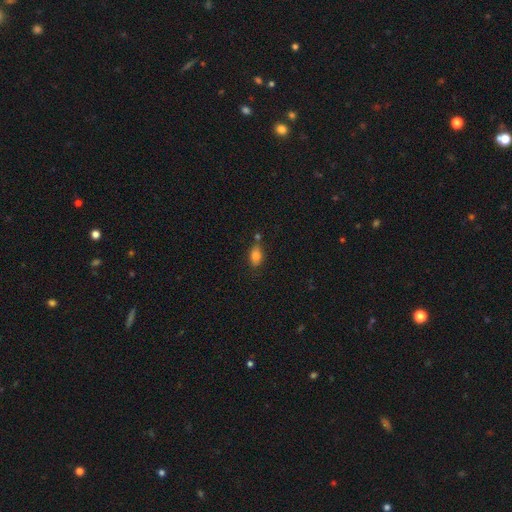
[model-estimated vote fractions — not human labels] Smooth or featured? smooth (82%)
How rounded? in between (88%)
Merging? none (67%)